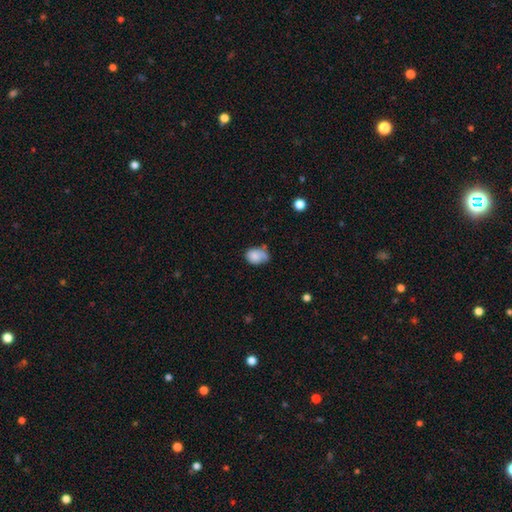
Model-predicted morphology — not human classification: smooth 80%, featured or disk 12%, star or artifact 8%. Down the decision tree: how rounded — in between (70%); merging — none (44%).